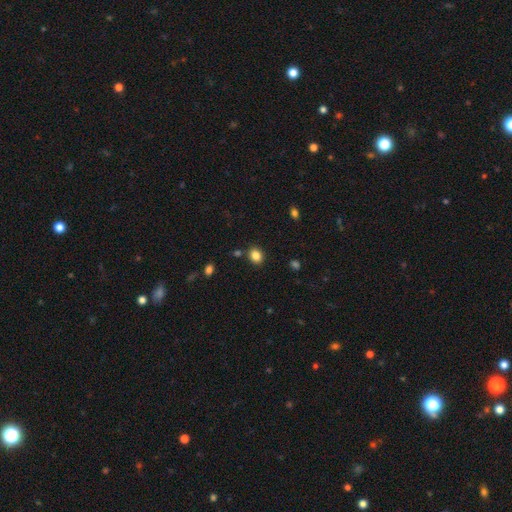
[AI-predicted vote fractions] Overall: smooth (85%). How rounded: round (57%; in between 43%). Merging: none (84%).